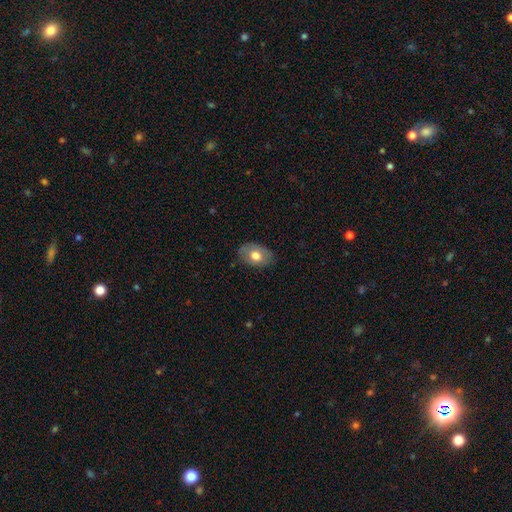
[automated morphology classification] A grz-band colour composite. It shows a smooth galaxy with no disk features (68%) that is in between round and cigar-shaped (81%). Merging: none (81%).